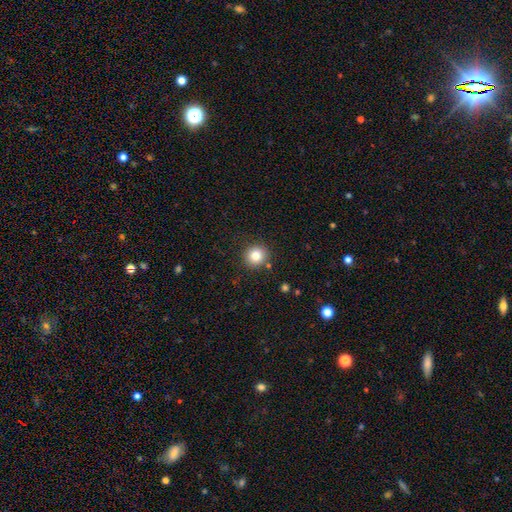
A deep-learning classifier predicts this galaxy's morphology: smooth 83%, star or artifact 11%, featured or disk 6%. Down the decision tree: how rounded — round (92%); merging — none (88%).